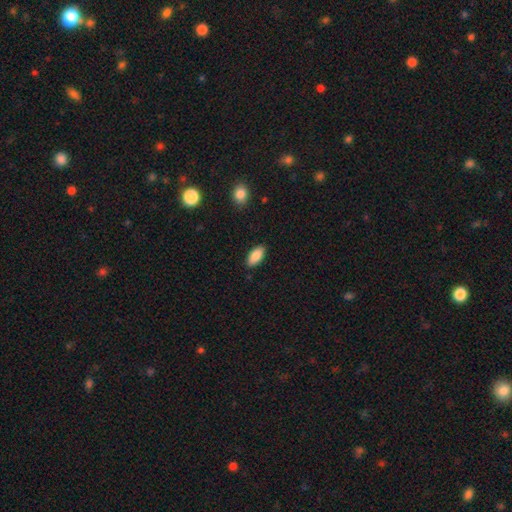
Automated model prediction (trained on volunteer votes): Morphology: type=smooth (87%); roundness=in between (91%); merging=none (88%).